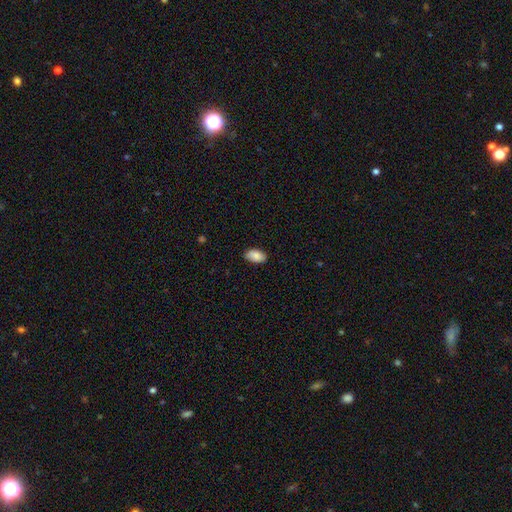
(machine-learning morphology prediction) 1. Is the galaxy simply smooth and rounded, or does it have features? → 88% smooth, 6% star or artifact, 5% featured or disk.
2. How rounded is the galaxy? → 94% in between, 4% round, 2% cigar-shaped.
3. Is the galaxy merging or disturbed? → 84% none, 13% minor disturbance, 2% major disturbance, 1% merger.